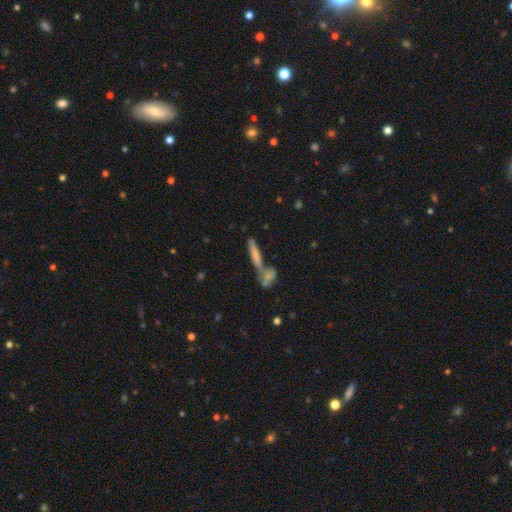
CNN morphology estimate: Smooth or featured? Predicted: smooth (p=0.60). How rounded? Predicted: cigar-shaped (p=0.86). Merging? Predicted: none (p=0.50).